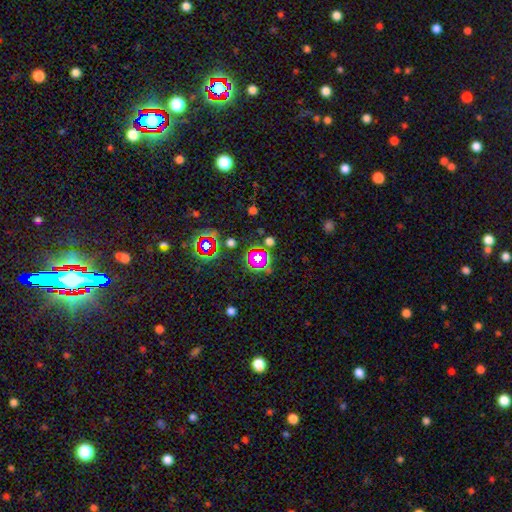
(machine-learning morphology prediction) This appears to be a star or artifact, not a galaxy (57%).